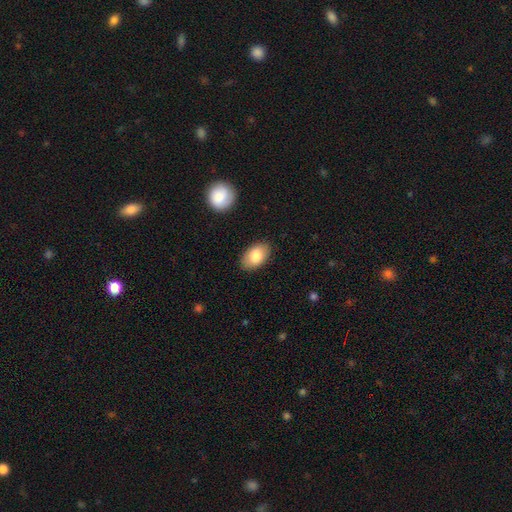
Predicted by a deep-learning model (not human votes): Smooth or featured: smooth — 83% (featured or disk — 11%)
How rounded: in between — 92% (round — 6%)
Merging: none — 87% (minor disturbance — 10%)